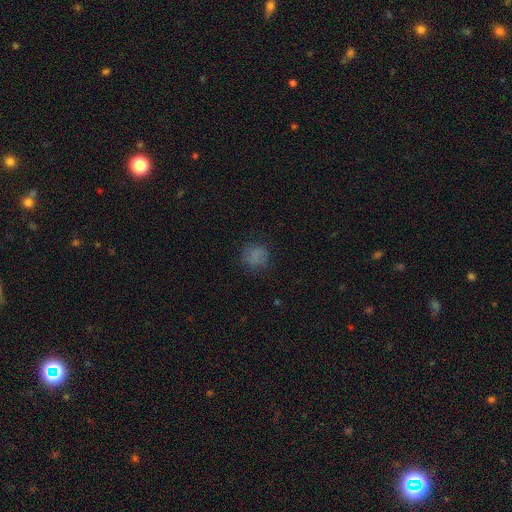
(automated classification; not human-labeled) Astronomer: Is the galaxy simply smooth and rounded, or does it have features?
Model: smooth — 75%.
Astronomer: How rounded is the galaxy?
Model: round — 82%.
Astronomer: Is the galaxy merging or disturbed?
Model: none — 77%.